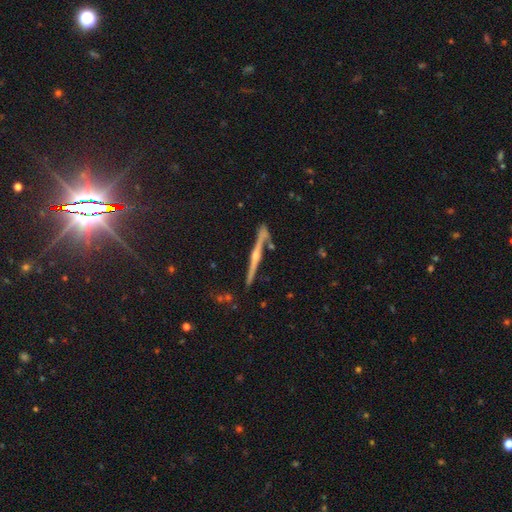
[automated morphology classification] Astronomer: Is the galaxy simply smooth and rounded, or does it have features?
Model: featured or disk — 81%.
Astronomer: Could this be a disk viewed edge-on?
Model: yes — 98%.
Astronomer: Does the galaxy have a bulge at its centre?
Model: rounded — 81%.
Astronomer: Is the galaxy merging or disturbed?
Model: none — 83%.